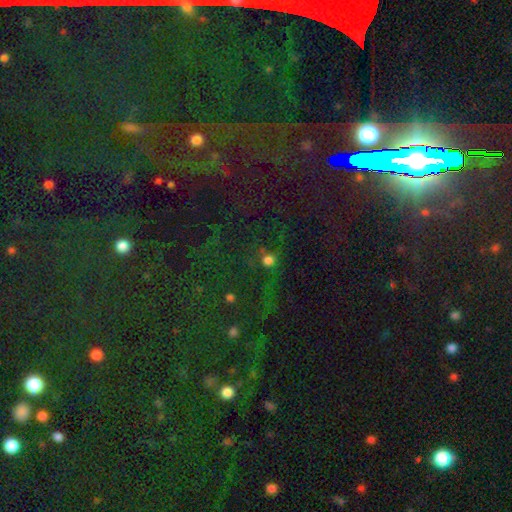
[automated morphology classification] This appears to be a star or artifact, not a galaxy (82%).